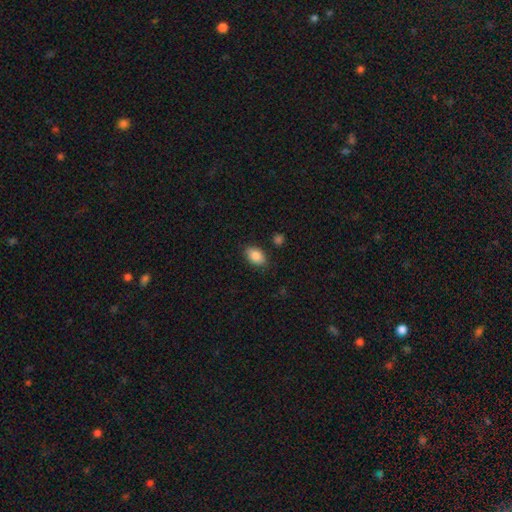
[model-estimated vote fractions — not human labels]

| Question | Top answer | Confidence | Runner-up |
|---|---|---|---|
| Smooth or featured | smooth | 86% | star or artifact (8%) |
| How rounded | in between | 87% | round (11%) |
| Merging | none | 84% | minor disturbance (11%) |